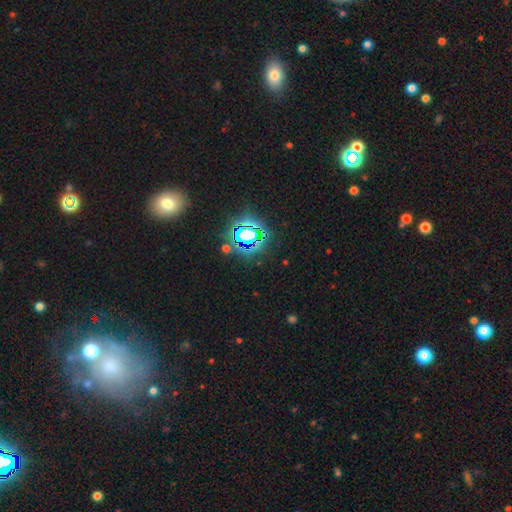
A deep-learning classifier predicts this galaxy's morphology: Smooth or featured?
  - star or artifact: 63% *
  - smooth: 23%
  - featured or disk: 14%